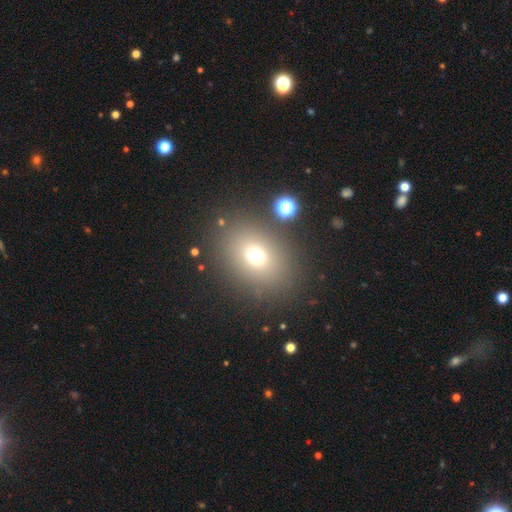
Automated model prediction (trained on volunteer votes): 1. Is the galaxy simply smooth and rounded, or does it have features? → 69% smooth, 20% star or artifact, 11% featured or disk.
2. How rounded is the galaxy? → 50% round, 49% in between, 1% cigar-shaped.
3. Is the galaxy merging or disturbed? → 81% none, 9% minor disturbance, 6% major disturbance, 5% merger.